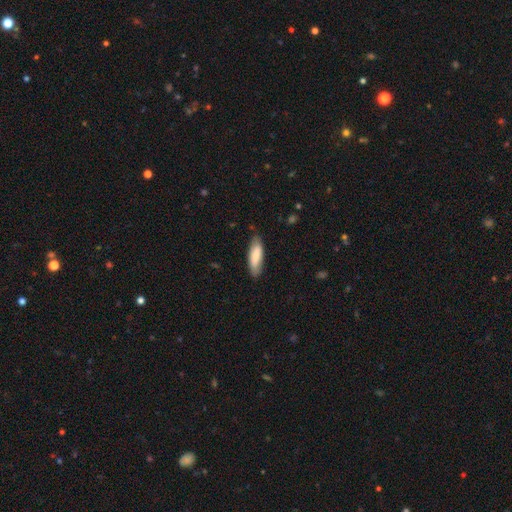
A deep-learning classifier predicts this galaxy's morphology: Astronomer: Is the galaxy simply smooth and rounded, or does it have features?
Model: smooth — 83%.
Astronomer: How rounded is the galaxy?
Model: in between — 51% (runner-up: cigar-shaped, 48%).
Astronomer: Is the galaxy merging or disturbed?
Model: none — 81%.